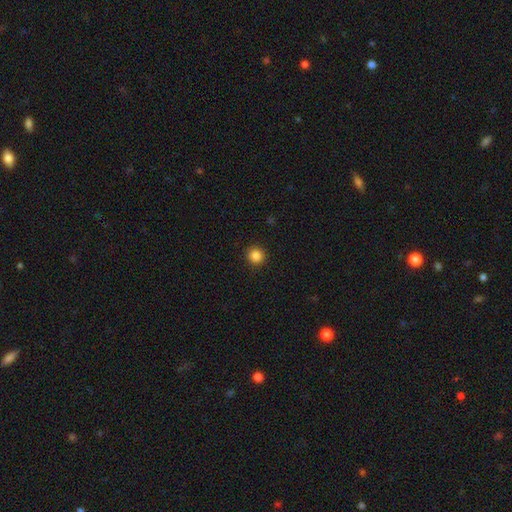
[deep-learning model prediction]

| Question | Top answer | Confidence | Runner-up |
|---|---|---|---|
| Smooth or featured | smooth | 86% | star or artifact (11%) |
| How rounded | round | 93% | in between (6%) |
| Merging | none | 92% | minor disturbance (5%) |